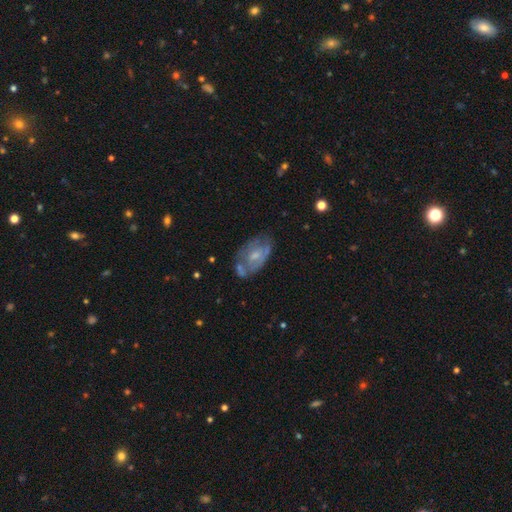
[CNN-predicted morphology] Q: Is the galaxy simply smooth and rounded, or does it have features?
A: featured or disk — 62%.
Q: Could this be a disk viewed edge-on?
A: no — 94%.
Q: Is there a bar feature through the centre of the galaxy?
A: no — 64%.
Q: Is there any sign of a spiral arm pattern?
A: yes — 51%.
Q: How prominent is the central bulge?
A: small — 47%.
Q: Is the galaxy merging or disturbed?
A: none — 49%.